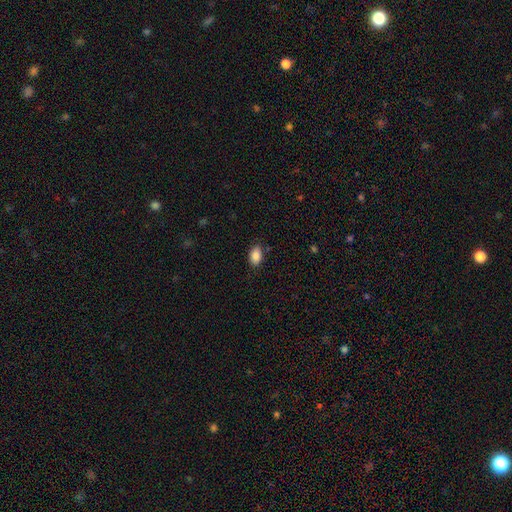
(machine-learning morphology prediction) The model was most divided on "merging": none: 84%, minor disturbance: 12%, major disturbance: 3%, merger: 2%. More confident: how rounded — in between (90%); smooth or featured — smooth (87%).